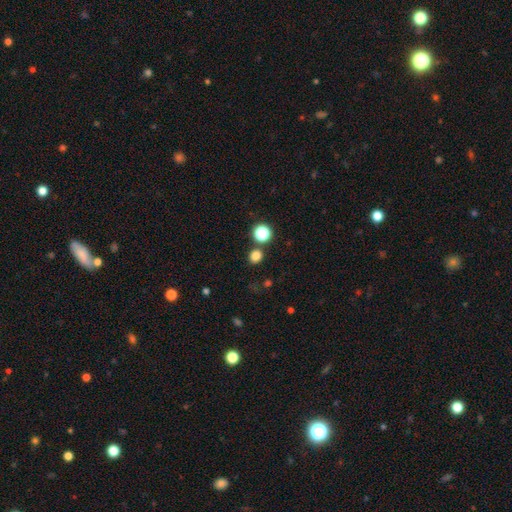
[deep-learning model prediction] Q: Smooth or featured?
A: smooth (80%); runner-up: star or artifact (16%)
Q: How rounded?
A: round (77%); runner-up: in between (22%)
Q: Merging?
A: none (82%); runner-up: merger (8%)